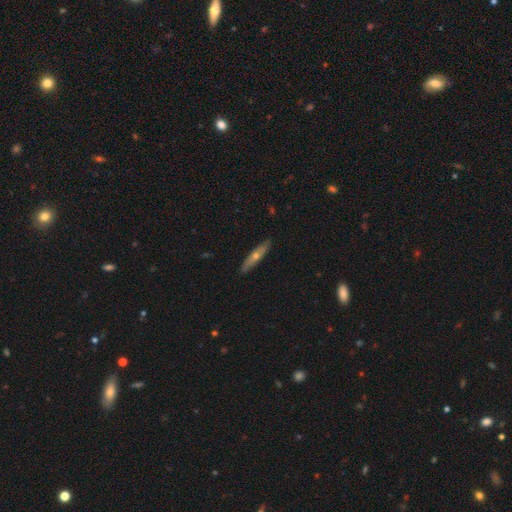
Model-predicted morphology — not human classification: Smooth or featured?
  - featured or disk: 54% *
  - smooth: 39%
  - star or artifact: 7%
Edge-on disk?
  - yes: 85% *
  - no: 15%
Merging?
  - none: 89% *
  - minor disturbance: 9%
  - major disturbance: 1%
  - merger: 1%